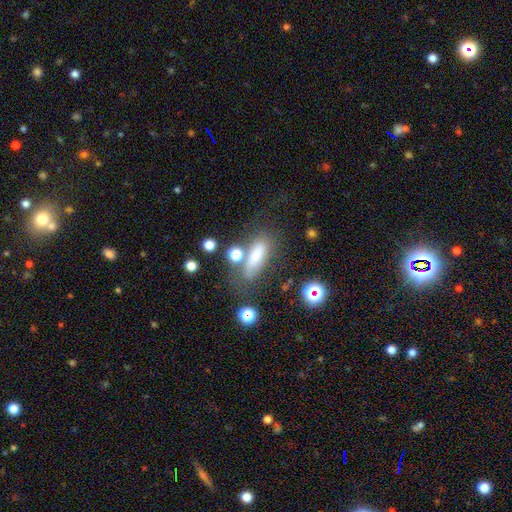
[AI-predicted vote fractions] This appears to be a smooth galaxy with no disk features (69%) that is in between round and cigar-shaped (53%). Merging: none (57%).